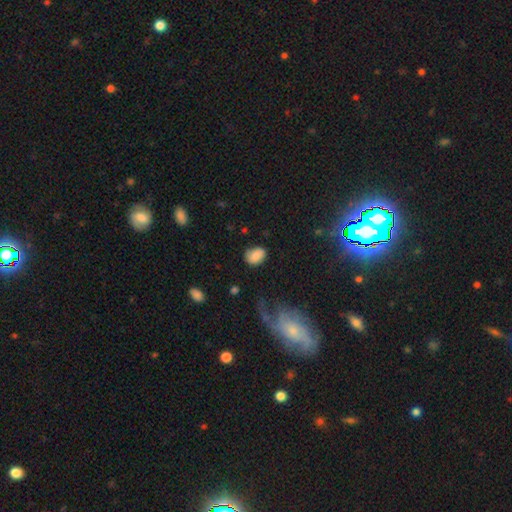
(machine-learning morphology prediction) Smooth or featured? smooth (83%)
How rounded? in between (75%)
Merging? none (67%)